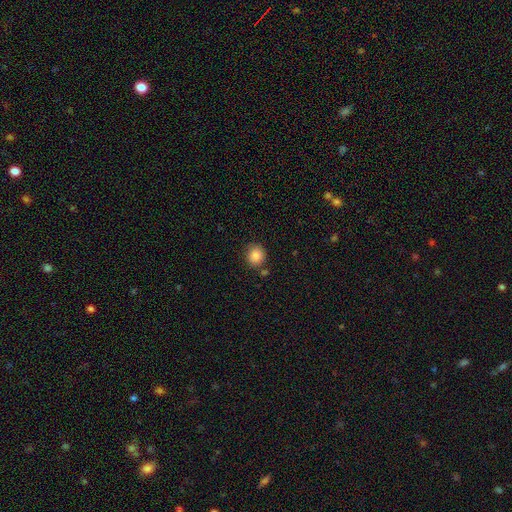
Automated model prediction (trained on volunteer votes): smooth 86%, star or artifact 10%, featured or disk 5%. Down the decision tree: how rounded — round (88%); merging — none (80%).